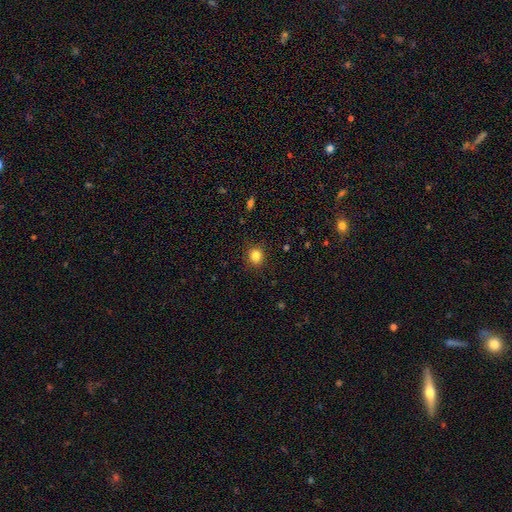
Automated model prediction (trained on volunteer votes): Smooth or featured?
  - smooth: 84% *
  - star or artifact: 11%
  - featured or disk: 5%
How rounded?
  - round: 83% *
  - in between: 16%
  - cigar-shaped: 1%
Merging?
  - none: 89% *
  - minor disturbance: 8%
  - major disturbance: 2%
  - merger: 1%